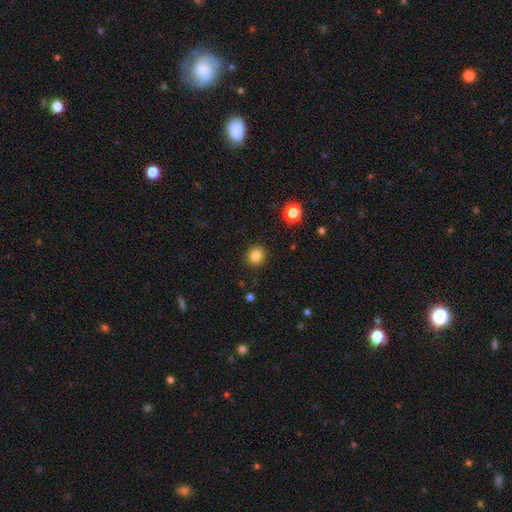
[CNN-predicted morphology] type=smooth (84%); roundness=round (84%); merging=none (90%).